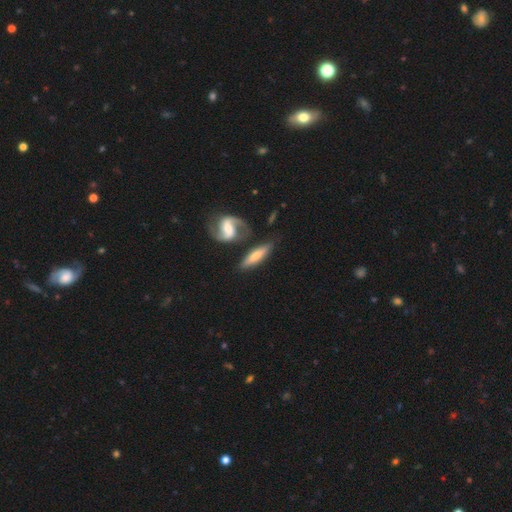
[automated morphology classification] A smooth galaxy with no disk features (49%).

Vote fractions:
- Smooth or featured? smooth: 49% / featured or disk: 45% / star or artifact: 6%
- Merging? none: 65% / minor disturbance: 16% / merger: 14% / major disturbance: 5%